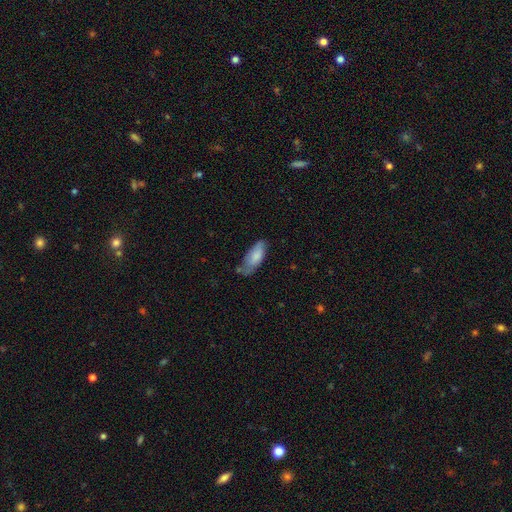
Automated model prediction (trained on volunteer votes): Morphology: type=smooth (77%); roundness=in between (77%); merging=none (50%).